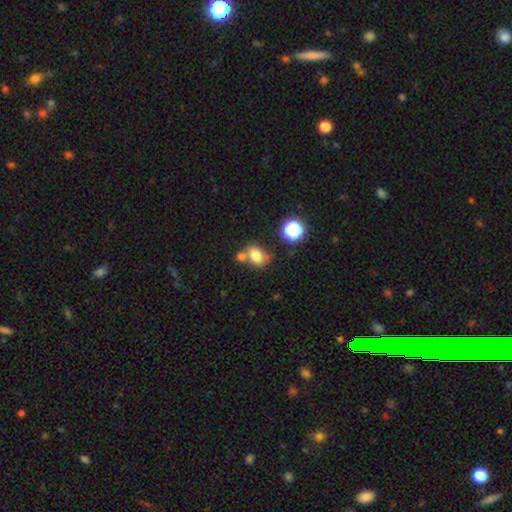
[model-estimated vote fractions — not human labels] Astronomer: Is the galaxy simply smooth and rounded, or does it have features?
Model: smooth — 77%.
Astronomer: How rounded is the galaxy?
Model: in between — 58% (runner-up: round, 40%).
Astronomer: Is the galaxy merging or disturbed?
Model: none — 49% (runner-up: merger, 33%).